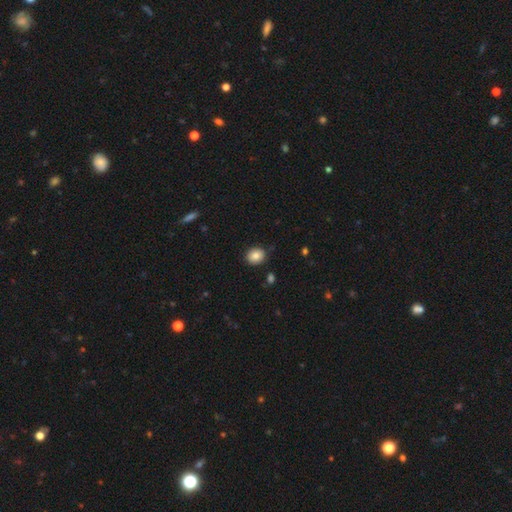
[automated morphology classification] This appears to be a smooth galaxy with no disk features (85%) that is round (65%). Merging: none (85%).